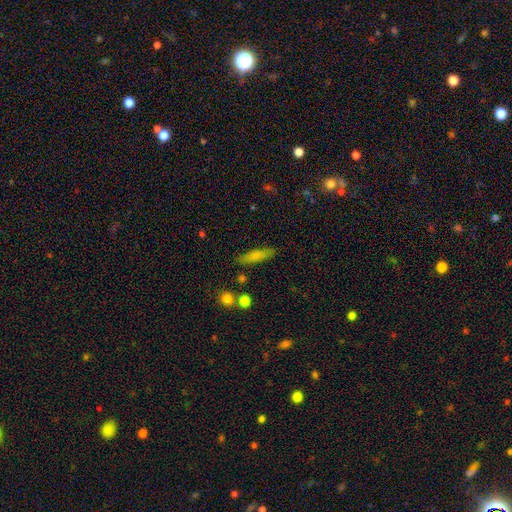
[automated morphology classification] This is likely a smooth galaxy (75%). How rounded: likely cigar-shaped (74%). Merging: clearly none (83%).